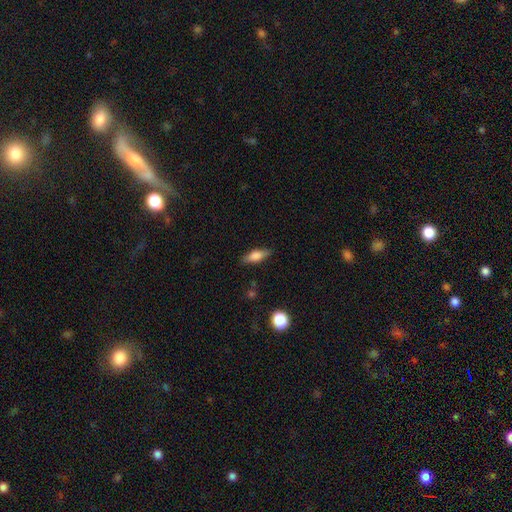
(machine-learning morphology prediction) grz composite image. It shows a smooth galaxy with no disk features (73%) that is in between round and cigar-shaped (64%). Merging: none (83%).